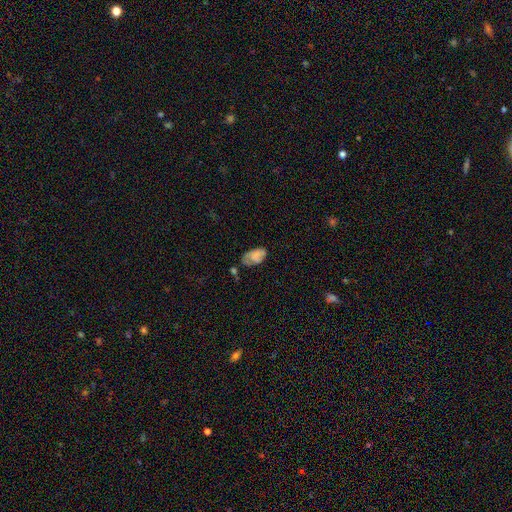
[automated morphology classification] type=smooth (67%); roundness=in between (93%); merging=none (46%).